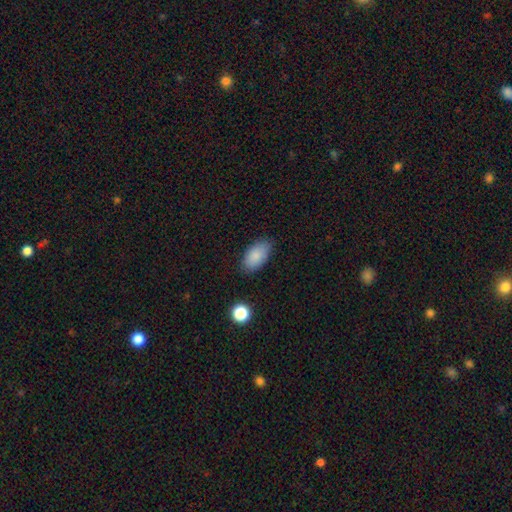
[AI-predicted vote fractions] Smooth or featured? smooth (86%)
How rounded? in between (93%)
Merging? none (80%)